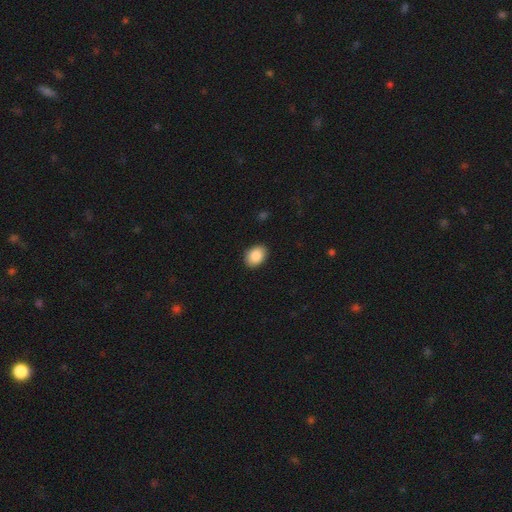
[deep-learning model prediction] smooth-or-featured: smooth: 89% | star or artifact: 7% | featured or disk: 4%
  how-rounded: in between: 79% | round: 20% | cigar-shaped: 1%
  merging: none: 89% | minor disturbance: 8% | major disturbance: 2% | merger: 1%